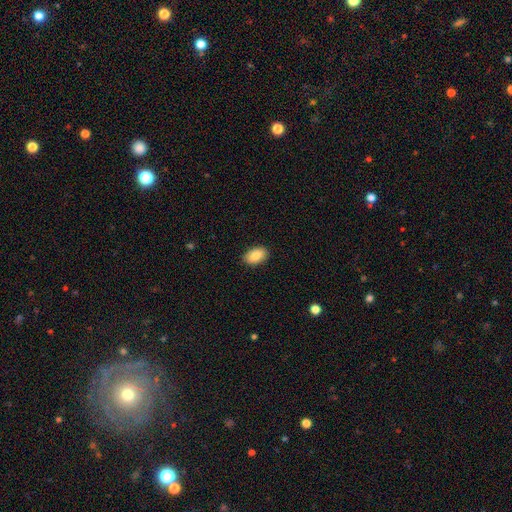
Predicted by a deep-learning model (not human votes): smooth_or_featured: smooth (p=0.87) [alt: star or artifact p=0.07]
how_rounded: in between (p=0.91) [alt: round p=0.07]
merging: none (p=0.89) [alt: minor disturbance p=0.08]